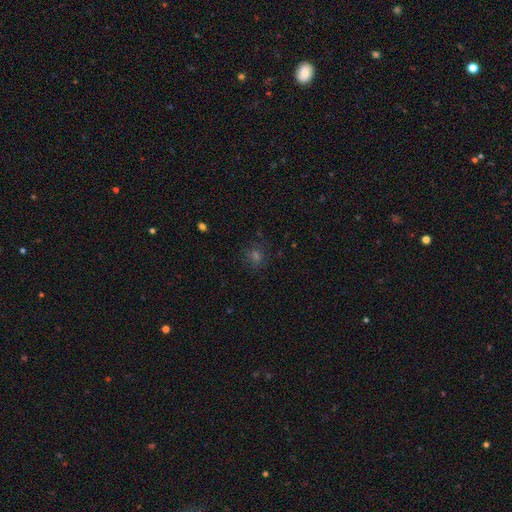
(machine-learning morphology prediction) smooth_or_featured: smooth (p=0.55) [alt: star or artifact p=0.35]
how_rounded: round (p=0.84) [alt: in between p=0.15]
merging: none (p=0.84) [alt: minor disturbance p=0.10]